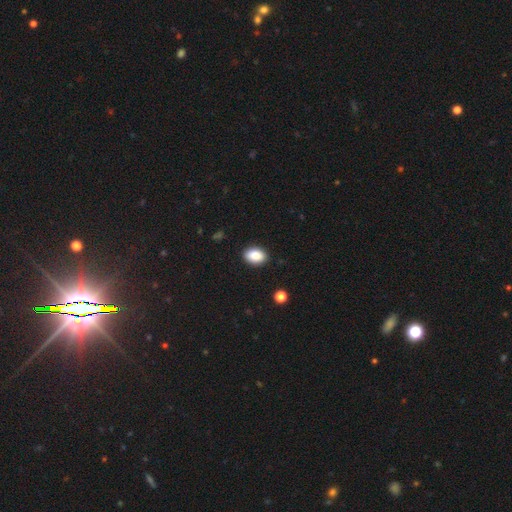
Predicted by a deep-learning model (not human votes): The model was most divided on "how rounded": in between: 82%, round: 17%, cigar-shaped: 1%. More confident: merging — none (90%); smooth or featured — smooth (88%).